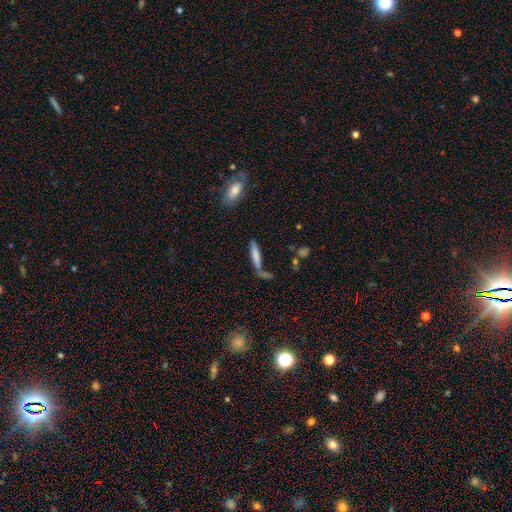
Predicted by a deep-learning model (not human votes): Overall: smooth (73%). How rounded: cigar-shaped (84%). Merging: none (58%; merger 18%).